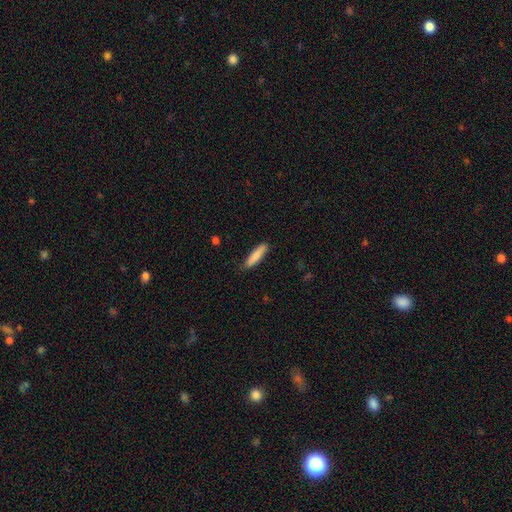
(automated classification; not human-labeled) Morphology: type=smooth (82%); roundness=cigar-shaped (79%); merging=none (85%).